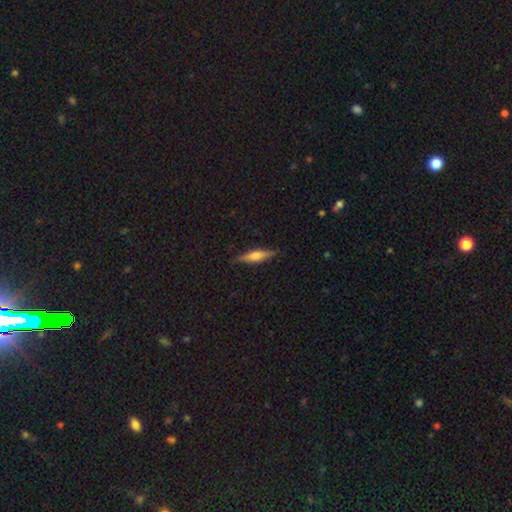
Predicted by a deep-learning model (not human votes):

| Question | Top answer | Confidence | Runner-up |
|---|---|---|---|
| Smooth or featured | featured or disk | 54% | smooth (40%) |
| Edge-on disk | yes | 95% | no (5%) |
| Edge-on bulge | rounded | 78% | boxy (14%) |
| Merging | none | 85% | minor disturbance (12%) |